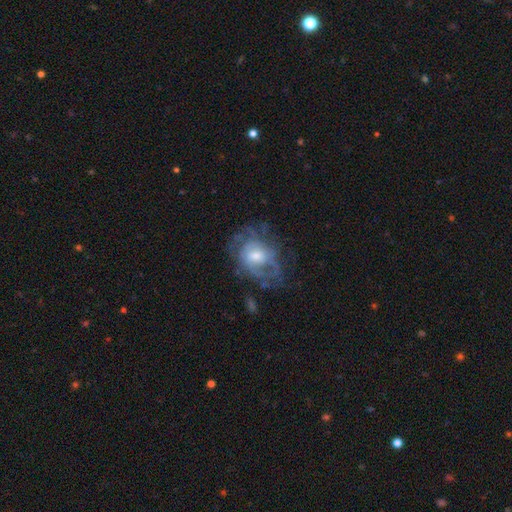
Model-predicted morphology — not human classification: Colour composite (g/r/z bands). It shows a featured or disk galaxy (72%) with no bar (66%), spiral arms (71%) and a moderate central bulge (54%). Merging: none (56%).